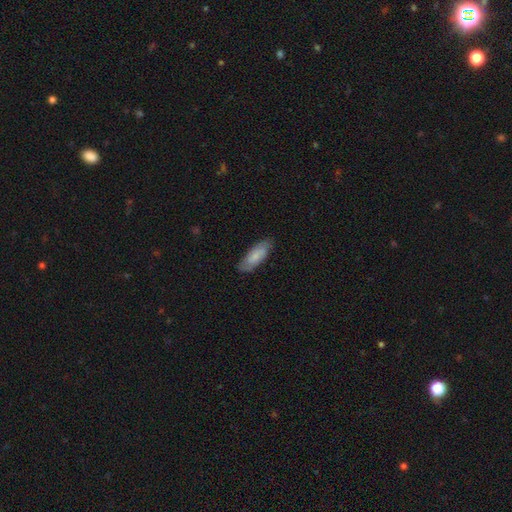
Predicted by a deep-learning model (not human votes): A smooth galaxy with no disk features (68%) that is in between round and cigar-shaped (68%). Merging: none (79%).